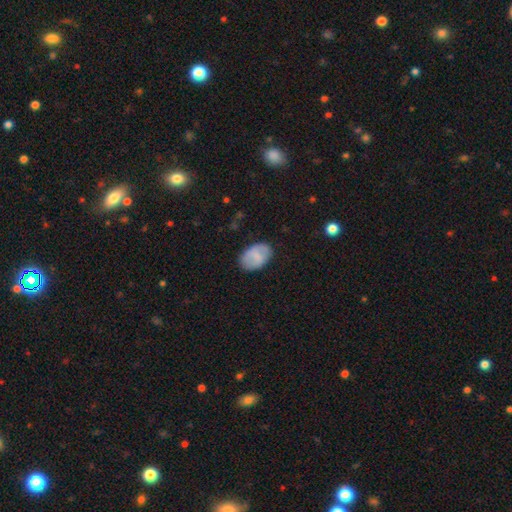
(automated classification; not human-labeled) Smooth or featured?
  - smooth: 73% *
  - featured or disk: 20%
  - star or artifact: 7%
How rounded?
  - in between: 88% *
  - round: 11%
  - cigar-shaped: 1%
Merging?
  - none: 79% *
  - minor disturbance: 16%
  - major disturbance: 4%
  - merger: 1%